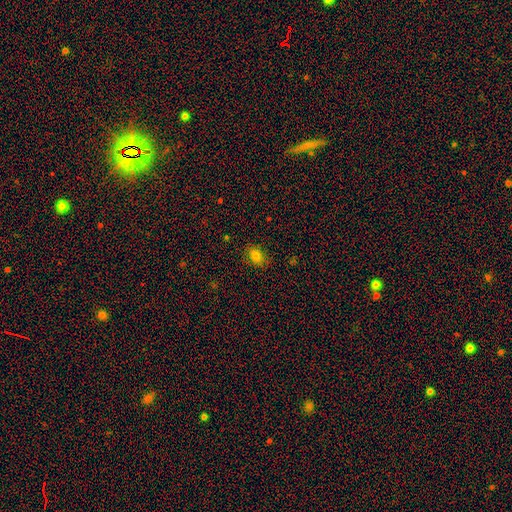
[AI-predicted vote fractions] smooth-or-featured: smooth: 81% | star or artifact: 13% | featured or disk: 7%
  how-rounded: in between: 75% | round: 24% | cigar-shaped: 1%
  merging: none: 84% | minor disturbance: 12% | major disturbance: 3% | merger: 1%